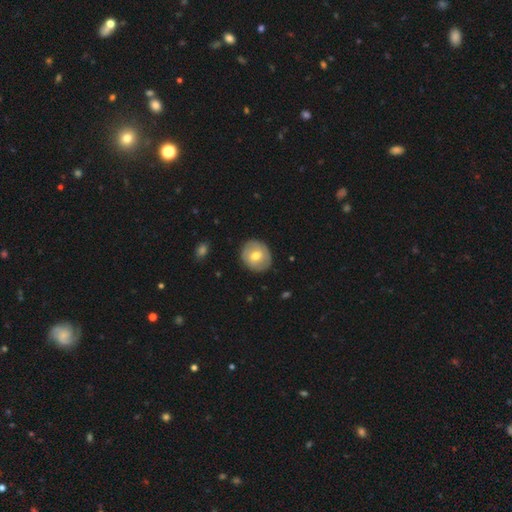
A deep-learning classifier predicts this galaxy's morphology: This appears to be a smooth galaxy with no disk features (56%) that is round (79%). Merging: none (86%).